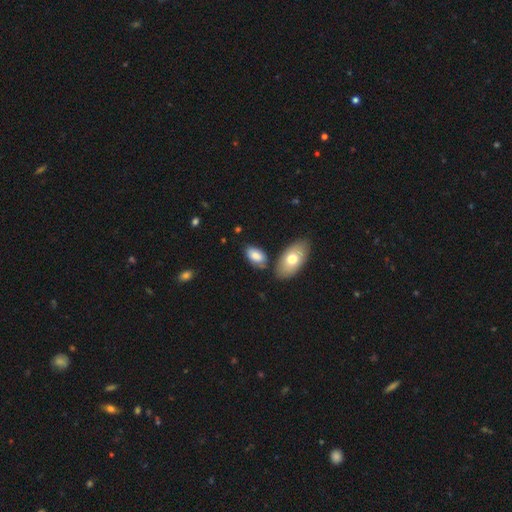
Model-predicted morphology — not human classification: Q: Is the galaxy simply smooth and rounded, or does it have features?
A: smooth — 79%.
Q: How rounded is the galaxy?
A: in between — 94%.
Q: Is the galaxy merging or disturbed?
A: none — 67%.